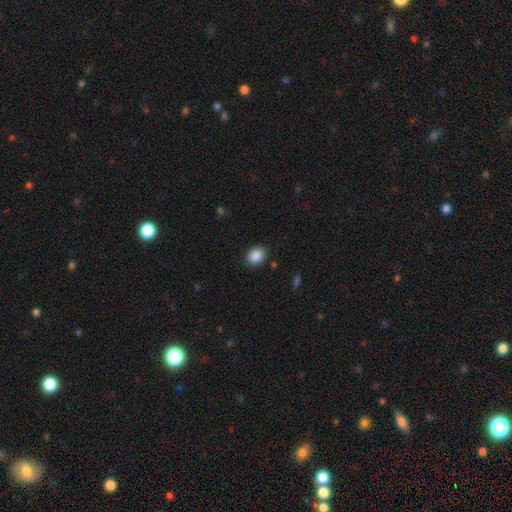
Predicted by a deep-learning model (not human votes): Overall: smooth (88%). How rounded: in between (57%; round 43%). Merging: none (87%).